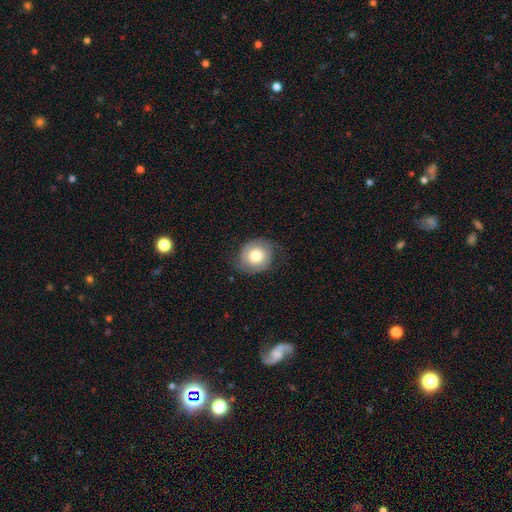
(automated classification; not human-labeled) This appears to be a smooth galaxy with no disk features (58%) that is round (76%). Merging: none (66%).